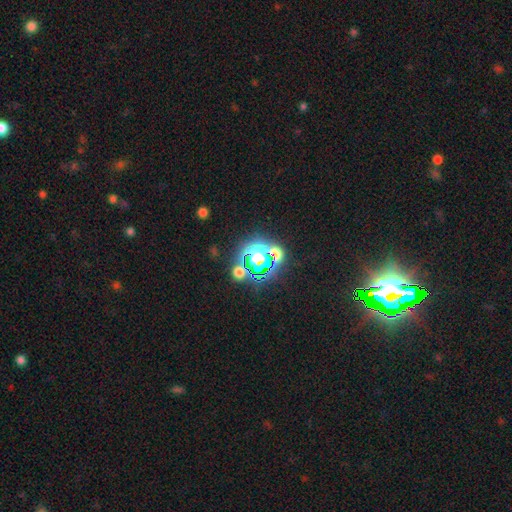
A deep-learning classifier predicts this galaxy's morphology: Smooth or featured?
  - star or artifact: 63% *
  - smooth: 26%
  - featured or disk: 10%